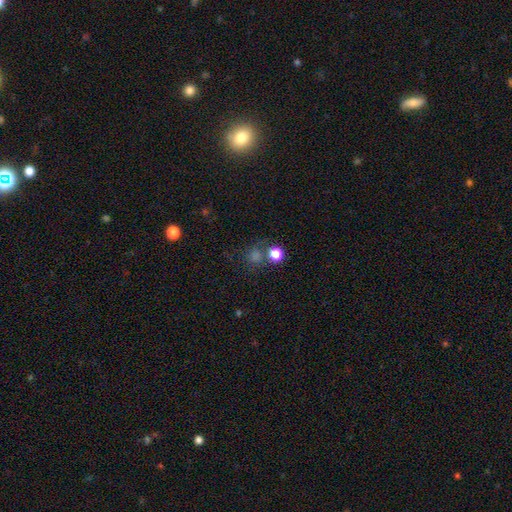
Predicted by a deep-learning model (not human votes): This appears to be a smooth galaxy with no disk features (50%). Merging: none (66%).